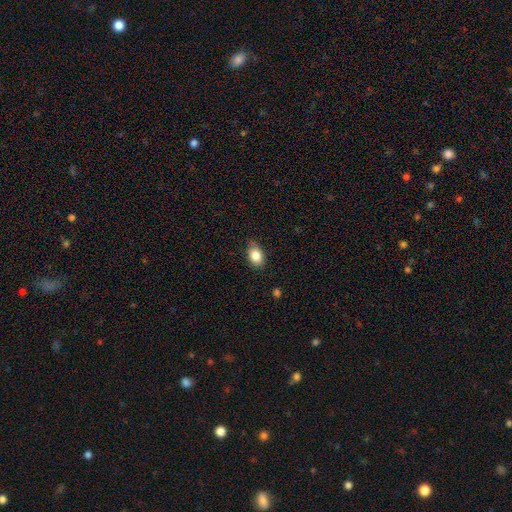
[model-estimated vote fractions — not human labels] This is clearly a smooth galaxy (85%). How rounded: clearly in between (81%). Merging: likely none (78%).